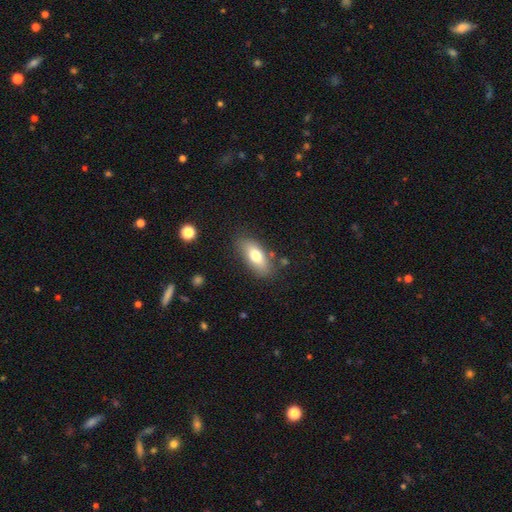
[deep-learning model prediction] Morphology: type=smooth (73%); roundness=in between (83%); merging=none (79%).